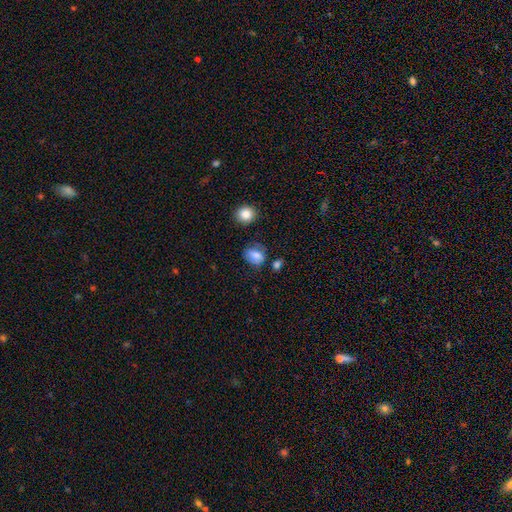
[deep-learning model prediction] Smooth or featured? Predicted: smooth (p=0.76). How rounded? Predicted: in between (p=0.54). Merging? Predicted: none (p=0.58).